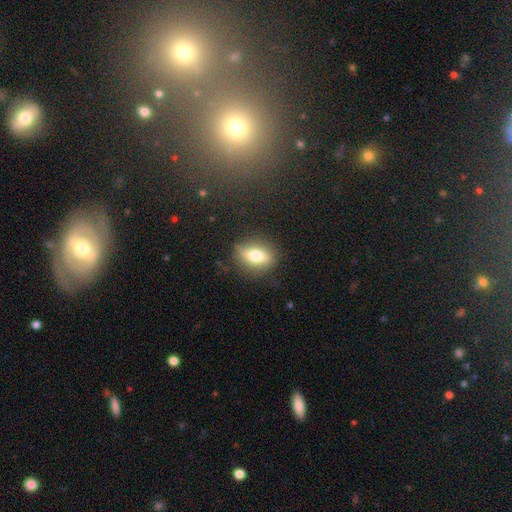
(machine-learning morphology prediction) smooth 62%, featured or disk 29%, star or artifact 8%. Down the decision tree: how rounded — in between (68%); merging — none (81%).